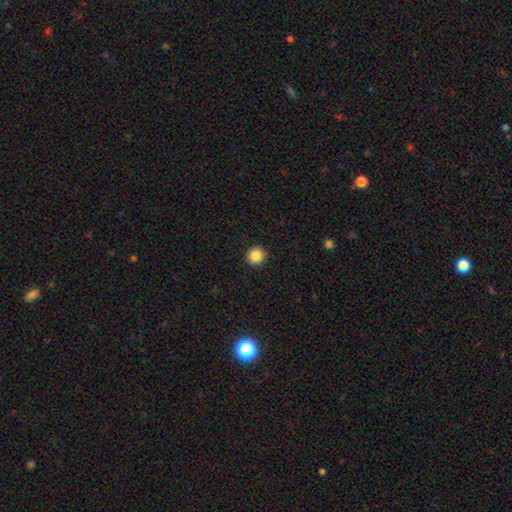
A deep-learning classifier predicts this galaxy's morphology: A smooth galaxy with no disk features (86%) that is round (94%). Merging: none (93%).